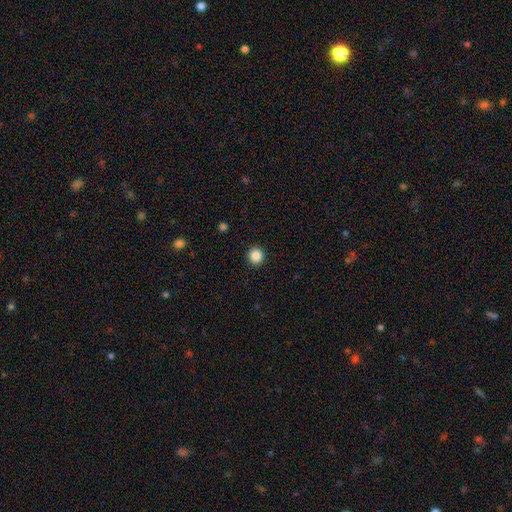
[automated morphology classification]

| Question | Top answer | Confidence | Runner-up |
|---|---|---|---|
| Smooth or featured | smooth | 87% | star or artifact (10%) |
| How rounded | round | 92% | in between (7%) |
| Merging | none | 92% | minor disturbance (5%) |